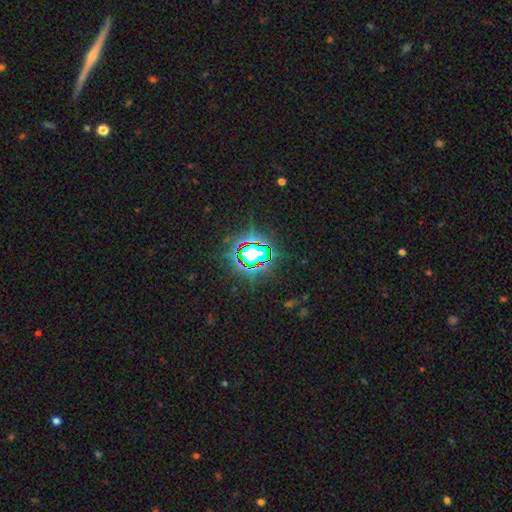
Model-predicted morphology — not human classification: star or artifact 75%, smooth 14%, featured or disk 10%.